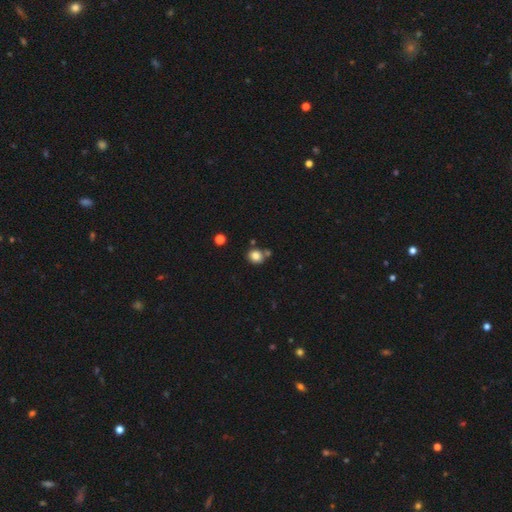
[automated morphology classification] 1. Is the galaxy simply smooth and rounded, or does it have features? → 83% smooth, 11% star or artifact, 6% featured or disk.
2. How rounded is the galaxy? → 76% round, 24% in between, 1% cigar-shaped.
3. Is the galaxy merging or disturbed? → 71% none, 14% merger, 11% minor disturbance, 3% major disturbance.